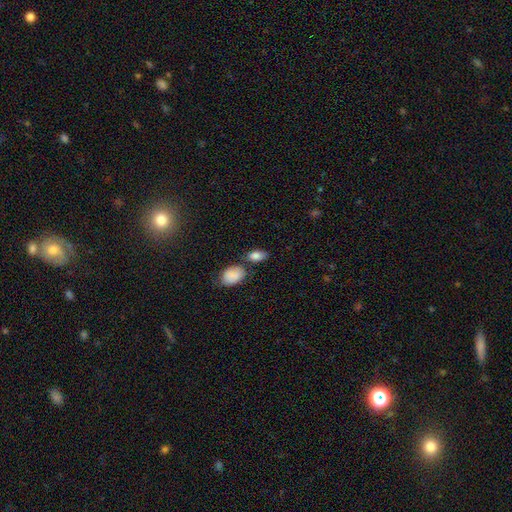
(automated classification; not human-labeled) This is clearly a smooth galaxy (85%). How rounded: clearly in between (90%). Merging: likely none (67%).